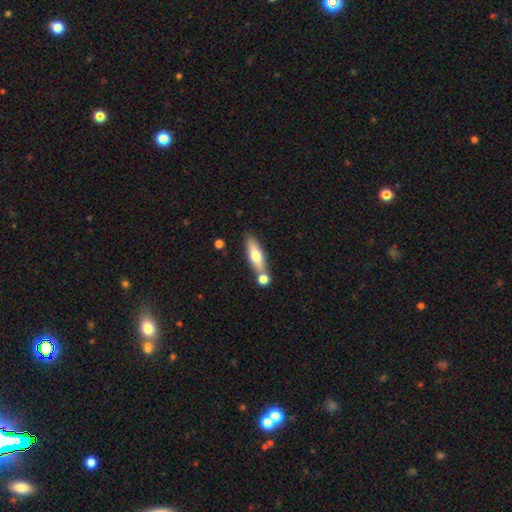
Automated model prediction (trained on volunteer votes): Q: Smooth or featured?
A: smooth (64%); runner-up: featured or disk (30%)
Q: How rounded?
A: cigar-shaped (49%); runner-up: in between (48%)
Q: Merging?
A: none (62%); runner-up: merger (23%)